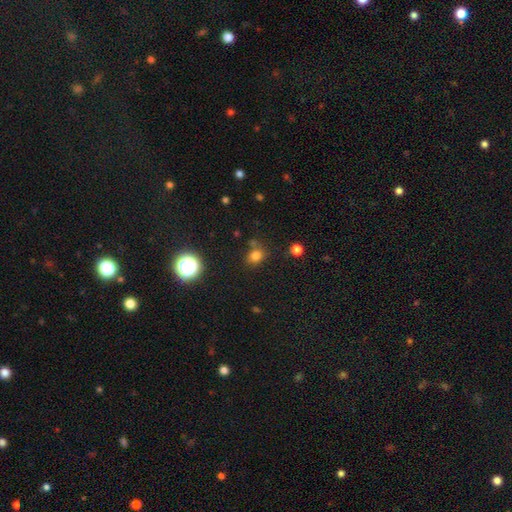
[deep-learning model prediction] Morphology: type=smooth (76%); roundness=round (62%); merging=none (70%).